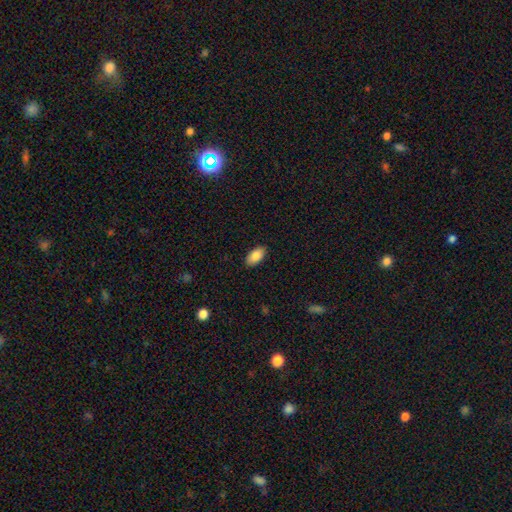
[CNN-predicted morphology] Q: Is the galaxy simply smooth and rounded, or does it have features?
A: smooth — 88%.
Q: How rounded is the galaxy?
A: in between — 94%.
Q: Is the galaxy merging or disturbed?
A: none — 88%.